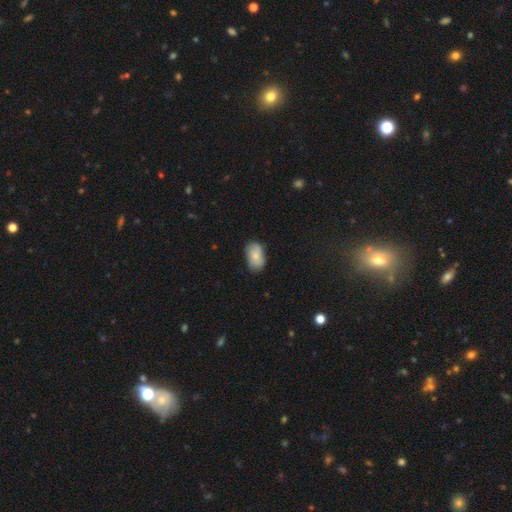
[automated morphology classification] A smooth galaxy with no disk features (72%) that is in between round and cigar-shaped (90%).

Vote fractions:
- Smooth or featured? smooth: 72% / featured or disk: 21% / star or artifact: 7%
- How rounded? in between: 90% / round: 9% / cigar-shaped: 1%
- Merging? none: 71% / minor disturbance: 24% / major disturbance: 4% / merger: 1%